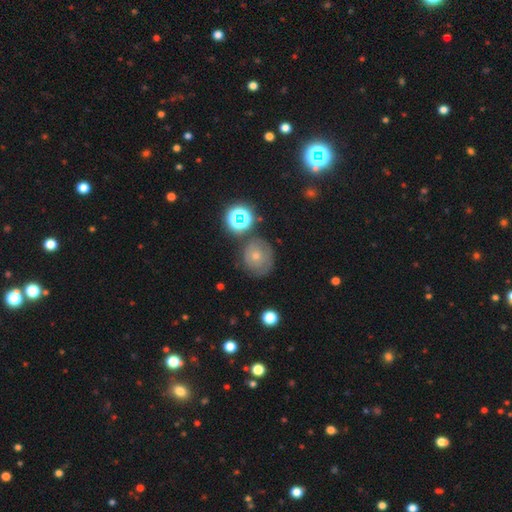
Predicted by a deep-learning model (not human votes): smooth 55%, featured or disk 26%, star or artifact 19%. Down the decision tree: how rounded — round (80%); merging — none (68%).